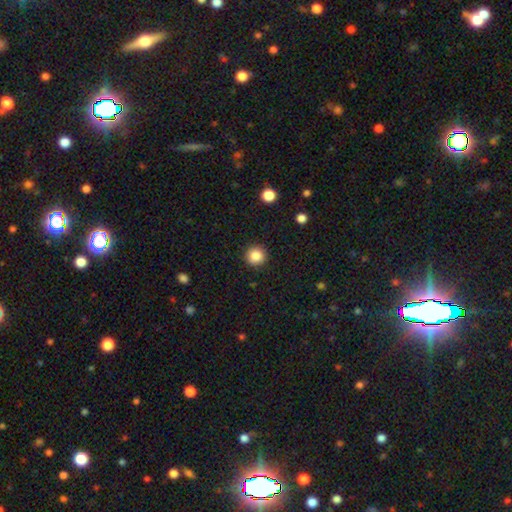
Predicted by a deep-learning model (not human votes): Smooth or featured? smooth (85%)
How rounded? round (94%)
Merging? none (91%)